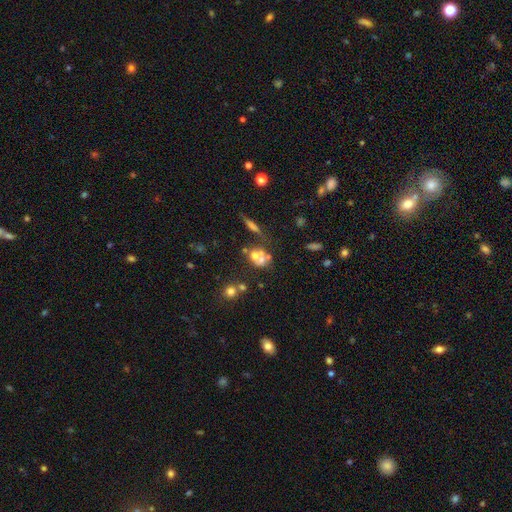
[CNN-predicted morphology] type=smooth (50%); merging=merger (49%).